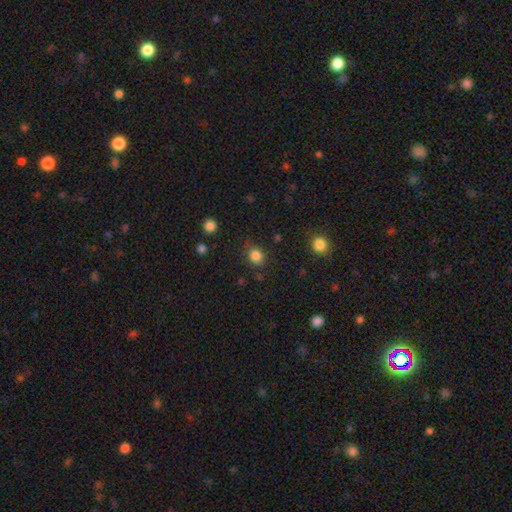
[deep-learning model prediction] Smooth or featured? smooth (84%)
How rounded? round (67%)
Merging? none (76%)